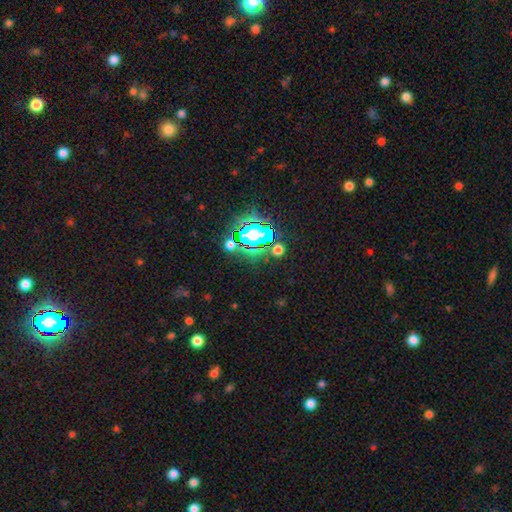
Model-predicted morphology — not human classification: This appears to be a star or artifact, not a galaxy (82%).